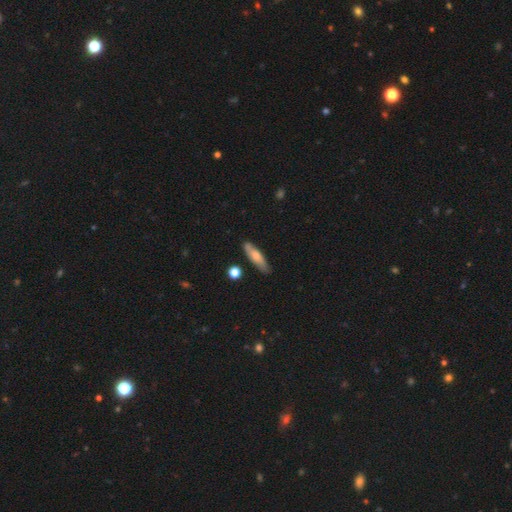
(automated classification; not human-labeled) Overall: smooth (64%; featured or disk 30%). How rounded: cigar-shaped (68%; in between 29%). Merging: none (78%).